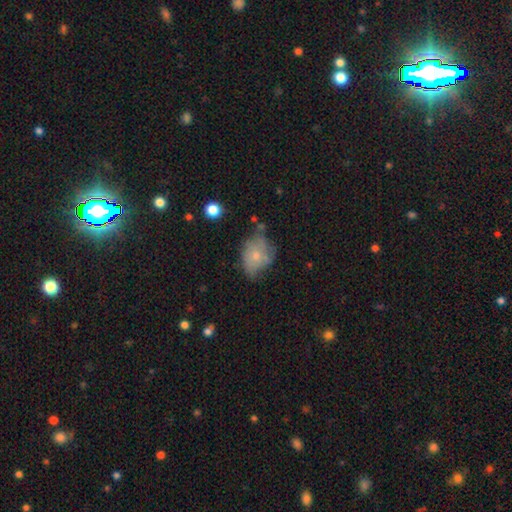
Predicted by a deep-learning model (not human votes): The model was most divided on "merging": none: 42%, minor disturbance: 38%, major disturbance: 15%, merger: 5%. More confident: how rounded — in between (62%); smooth or featured — smooth (60%).